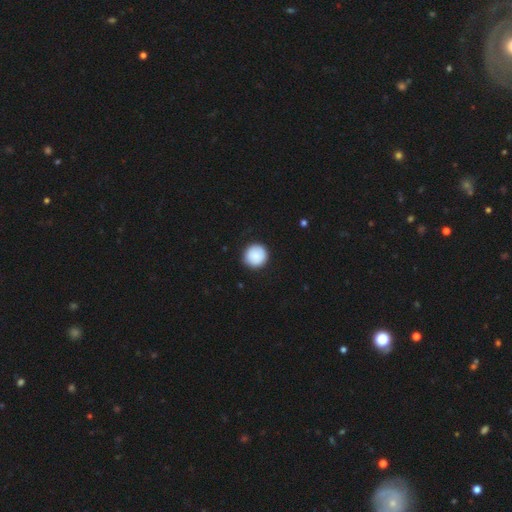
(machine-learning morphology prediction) A smooth galaxy with no disk features (89%) that is round (95%).

Vote fractions:
- Smooth or featured? smooth: 89% / star or artifact: 7% / featured or disk: 4%
- How rounded? round: 95% / in between: 4% / cigar-shaped: 1%
- Merging? none: 90% / minor disturbance: 7% / major disturbance: 2% / merger: 1%